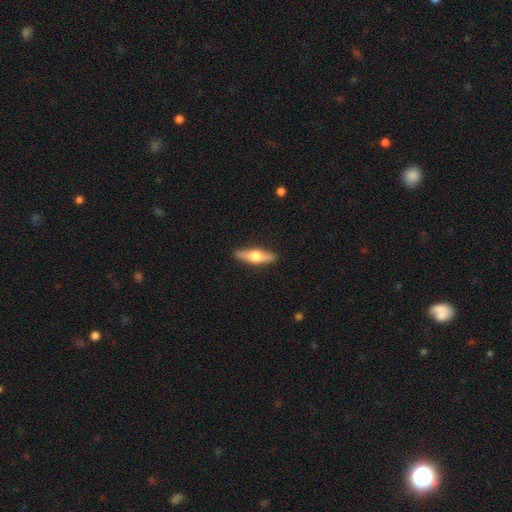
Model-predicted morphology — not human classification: This is possibly a featured or disk galaxy (52%). It is clearly viewed edge-on (92%). Merging: clearly none (90%).